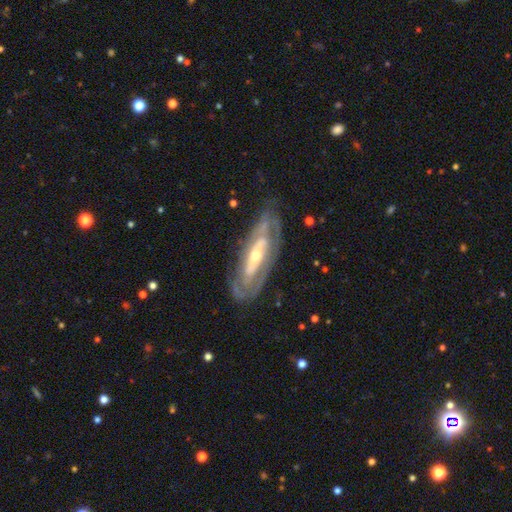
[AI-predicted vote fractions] Overall: featured or disk (81%). Edge-on disk: no (84%). Bar: no (57%; weak 23%). Spiral arms: yes (71%). Bulge size: moderate (51%; small 43%). Merging: none (73%).